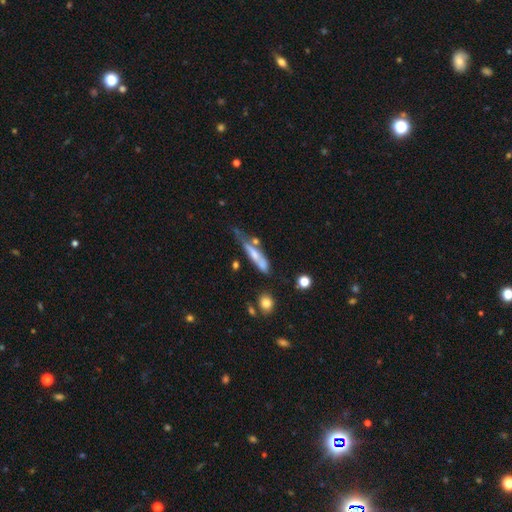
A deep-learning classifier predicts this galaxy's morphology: This appears to be a smooth galaxy with no disk features (48%). Merging: none (30%).